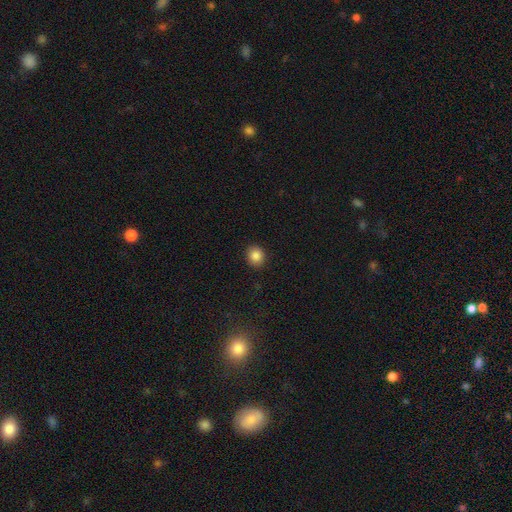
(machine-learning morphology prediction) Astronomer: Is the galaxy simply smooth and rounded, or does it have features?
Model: smooth — 86%.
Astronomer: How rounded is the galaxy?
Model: round — 80%.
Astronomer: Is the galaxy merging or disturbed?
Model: none — 91%.